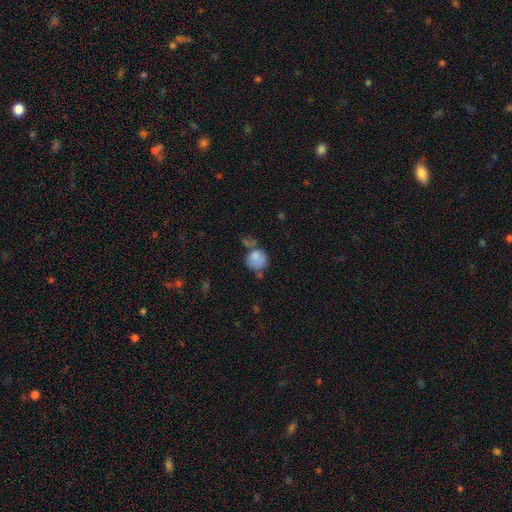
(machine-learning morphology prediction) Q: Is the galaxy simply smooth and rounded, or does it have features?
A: smooth — 79%.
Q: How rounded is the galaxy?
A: round — 83%.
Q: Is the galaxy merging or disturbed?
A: none — 55%.